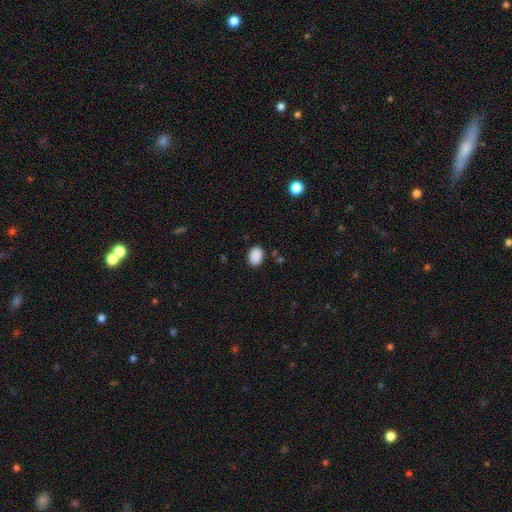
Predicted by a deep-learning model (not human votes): Morphology: type=smooth (89%); roundness=in between (78%); merging=none (86%).